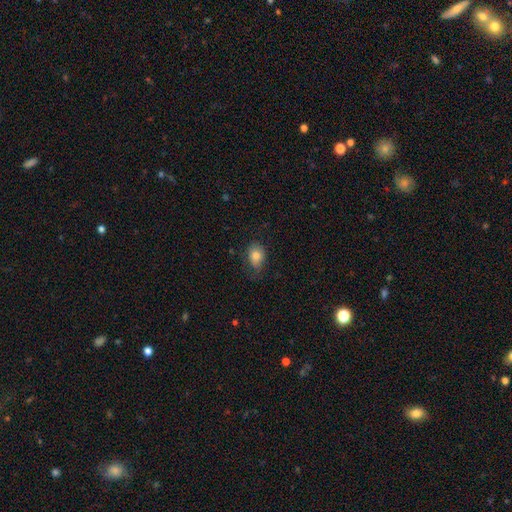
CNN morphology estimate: The model was most divided on "merging": none: 59%, minor disturbance: 29%, major disturbance: 10%, merger: 1%. More confident: smooth or featured — smooth (81%); how rounded — in between (69%).